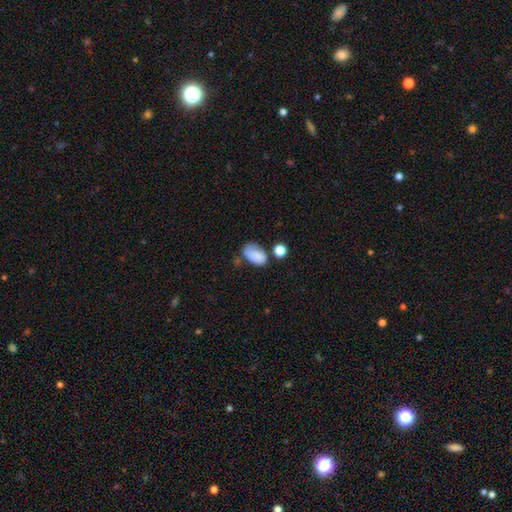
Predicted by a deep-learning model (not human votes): smooth_or_featured: smooth (p=0.78) [alt: featured or disk p=0.13]
how_rounded: in between (p=0.88) [alt: round p=0.10]
merging: none (p=0.43) [alt: minor disturbance p=0.30]